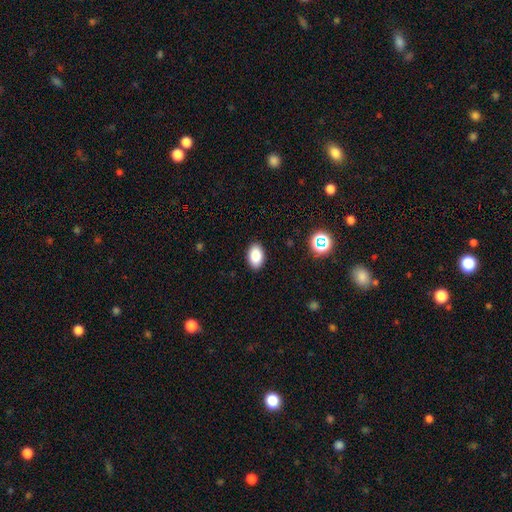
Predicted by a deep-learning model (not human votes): smooth_or_featured: smooth (p=0.86) [alt: star or artifact p=0.09]
how_rounded: in between (p=0.90) [alt: round p=0.09]
merging: none (p=0.89) [alt: minor disturbance p=0.08]